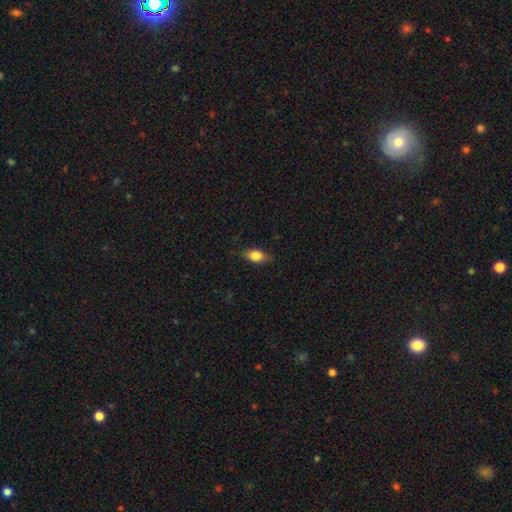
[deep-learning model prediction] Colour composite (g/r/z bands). It shows a smooth galaxy with no disk features (80%) that is in between round and cigar-shaped (84%). Merging: none (82%).